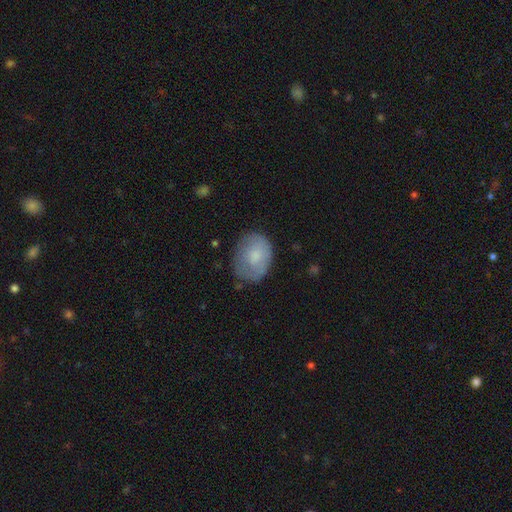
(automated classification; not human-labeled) smooth_or_featured: smooth (p=0.71) [alt: featured or disk p=0.22]
how_rounded: in between (p=0.68) [alt: round p=0.31]
merging: none (p=0.61) [alt: minor disturbance p=0.27]